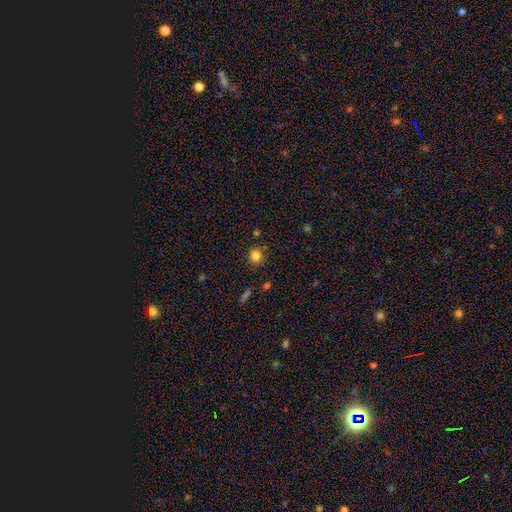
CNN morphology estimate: The model was most divided on "smooth or featured": smooth: 81%, star or artifact: 13%, featured or disk: 6%. More confident: how rounded — round (89%); merging — none (84%).